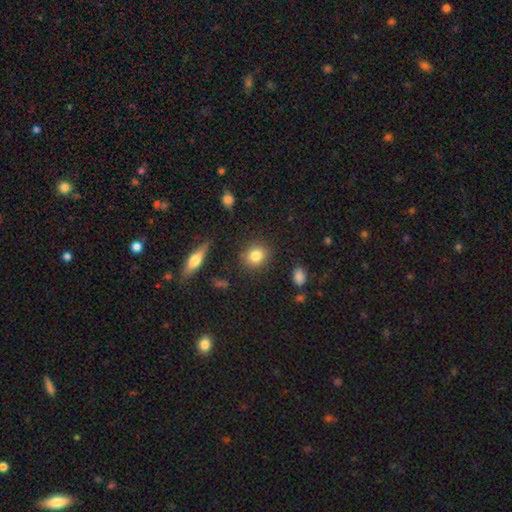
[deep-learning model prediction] smooth-or-featured: smooth: 83% | star or artifact: 9% | featured or disk: 8%
  how-rounded: round: 76% | in between: 22% | cigar-shaped: 2%
  merging: none: 88% | minor disturbance: 8% | major disturbance: 3% | merger: 2%